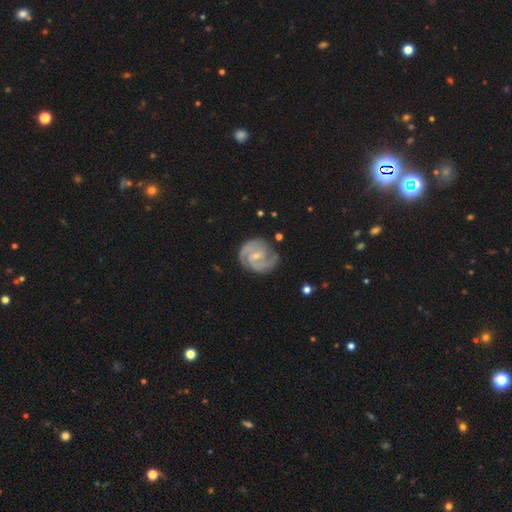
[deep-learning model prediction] The model was most divided on "spiral winding": tight: 50%, medium: 42%, loose: 8%. More confident: edge-on disk — no (98%); spiral arms — yes (98%); smooth or featured — featured or disk (89%); merging — none (76%); spiral arm count — 2 (68%); bulge size — small (66%); bar — weak (50%).